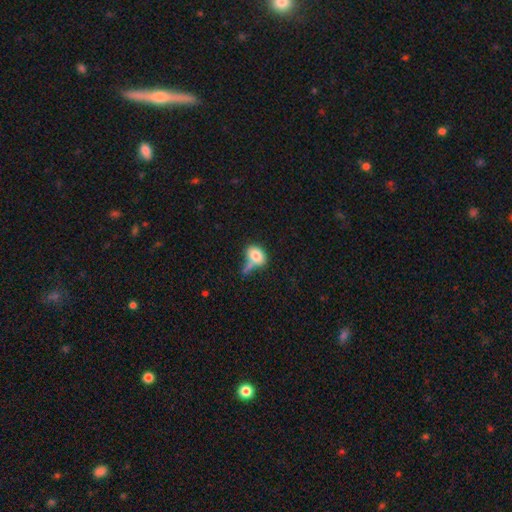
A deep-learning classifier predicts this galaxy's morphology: type=smooth (78%); roundness=in between (76%); merging=none (33%).